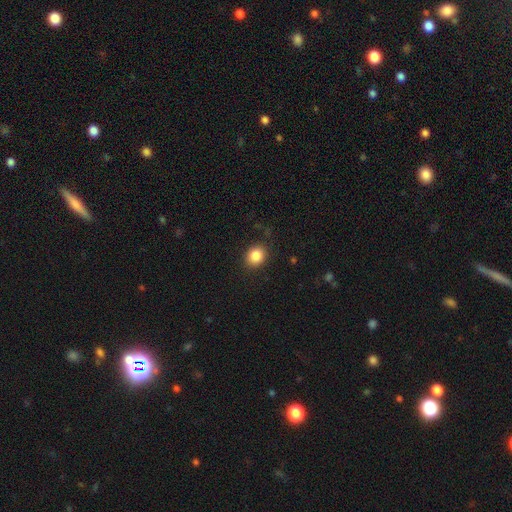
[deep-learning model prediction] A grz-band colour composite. It shows a smooth galaxy with no disk features (85%) that is round (68%). Merging: none (87%).